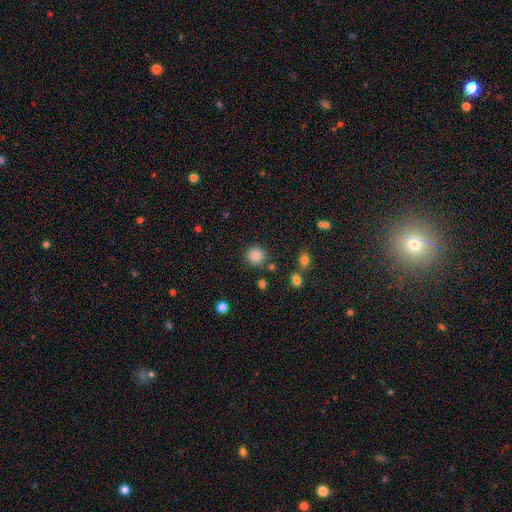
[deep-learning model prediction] This appears to be a smooth galaxy with no disk features (84%) that is round (88%). Merging: none (85%).